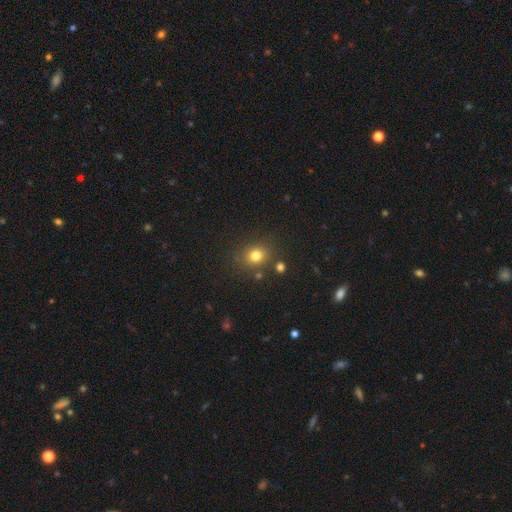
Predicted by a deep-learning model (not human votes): This appears to be a smooth galaxy with no disk features (77%) that is round (64%). Merging: none (80%).